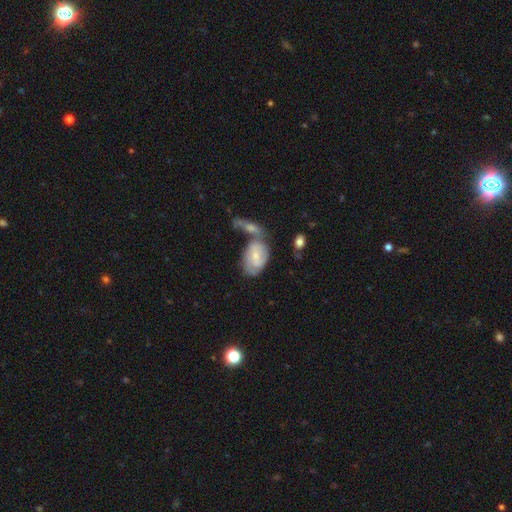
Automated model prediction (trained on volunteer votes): featured or disk 60%, smooth 33%, star or artifact 7%. Down the decision tree: edge-on disk — no (95%); bar — no (51%); spiral arms — yes (82%); bulge size — small (57%); merging — merger (47%).